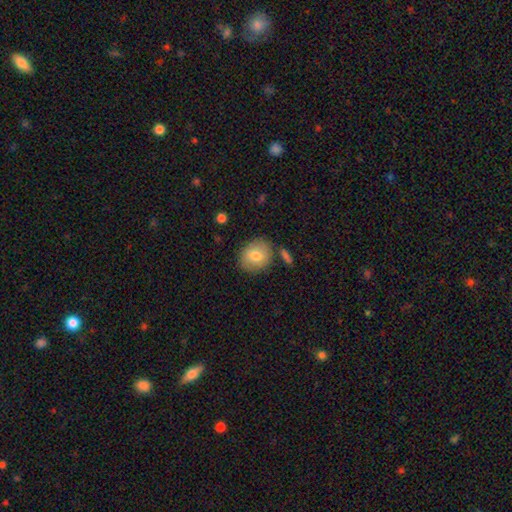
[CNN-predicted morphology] Q: Smooth or featured?
A: smooth (78%); runner-up: featured or disk (14%)
Q: How rounded?
A: round (67%); runner-up: in between (32%)
Q: Merging?
A: none (78%); runner-up: minor disturbance (13%)